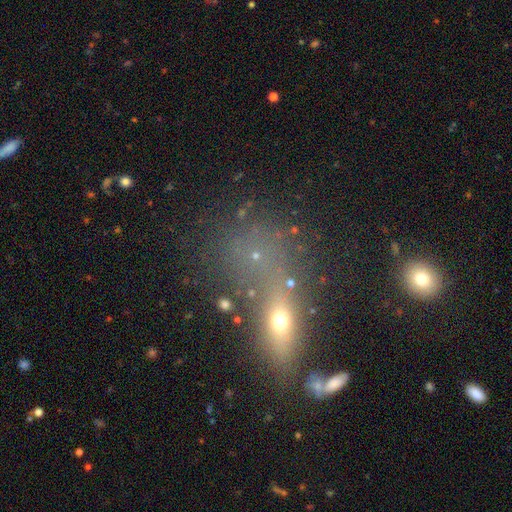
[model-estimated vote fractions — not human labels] Smooth or featured: smooth — 45% (star or artifact — 33%)
Merging: none — 43% (merger — 32%)